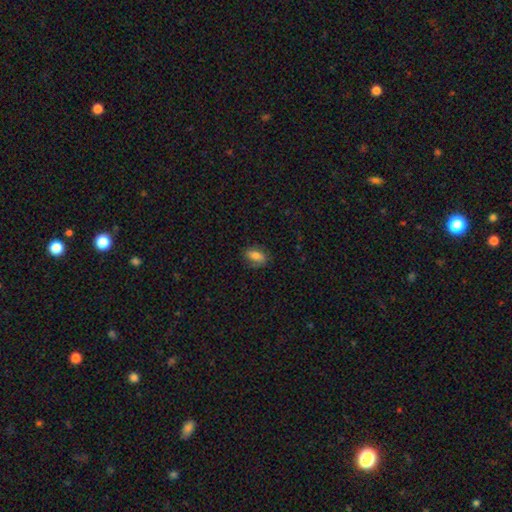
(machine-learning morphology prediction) A smooth galaxy with no disk features (73%) that is in between round and cigar-shaped (86%).

Vote fractions:
- Smooth or featured? smooth: 73% / featured or disk: 18% / star or artifact: 9%
- How rounded? in between: 86% / round: 10% / cigar-shaped: 5%
- Merging? none: 75% / minor disturbance: 18% / major disturbance: 6% / merger: 1%